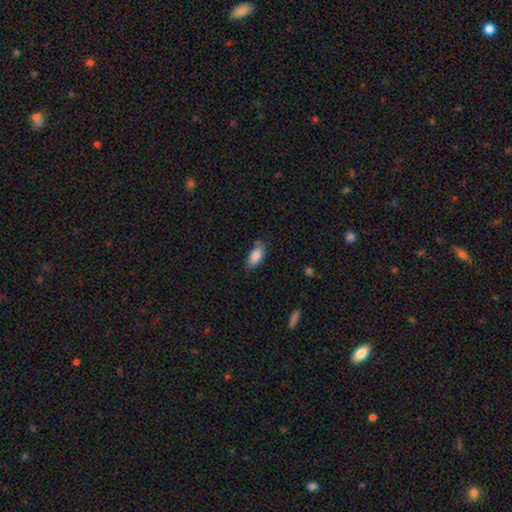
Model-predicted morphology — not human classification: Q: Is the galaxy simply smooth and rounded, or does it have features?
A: smooth — 85%.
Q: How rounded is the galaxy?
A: in between — 85%.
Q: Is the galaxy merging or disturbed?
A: none — 73%.